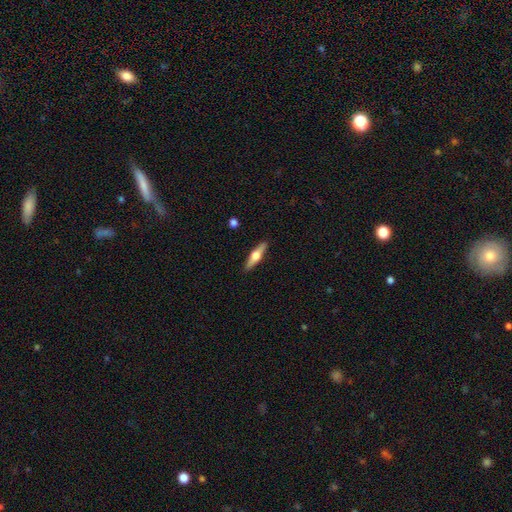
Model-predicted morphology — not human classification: Smooth or featured? Predicted: featured or disk (p=0.53). Edge-on disk? Predicted: yes (p=0.94). Edge-on bulge? Predicted: rounded (p=0.94). Merging? Predicted: none (p=0.90).